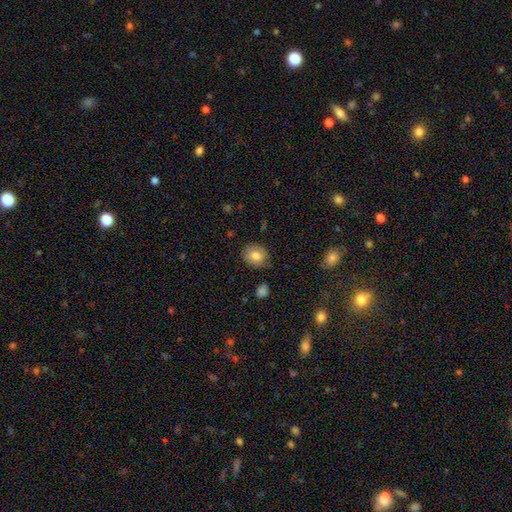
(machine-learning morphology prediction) A smooth galaxy with no disk features (79%) that is round (75%). Merging: none (83%).